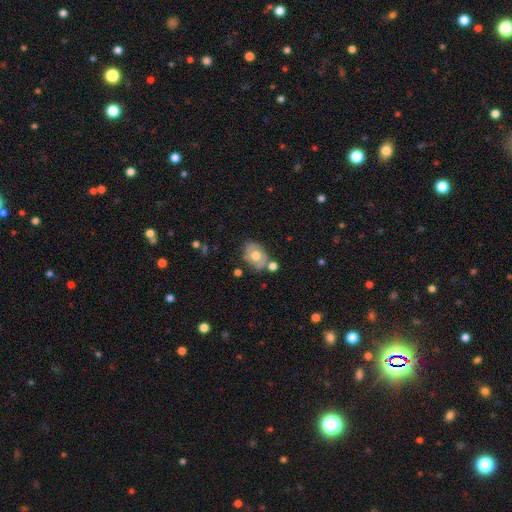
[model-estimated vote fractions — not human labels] Smooth or featured: smooth — 51% (featured or disk — 41%)
How rounded: in between — 67% (round — 32%)
Merging: none — 63% (minor disturbance — 18%)